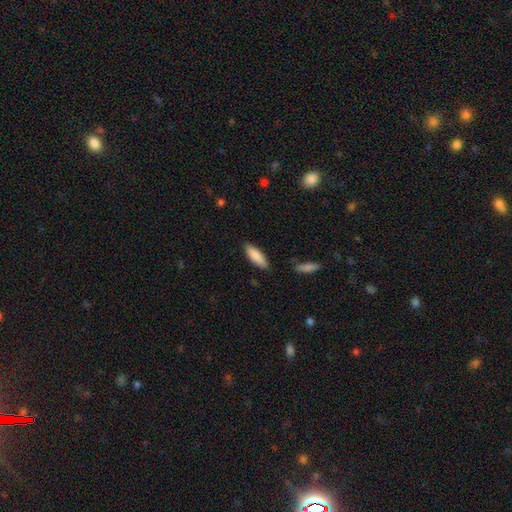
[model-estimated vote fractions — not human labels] smooth_or_featured: smooth (p=0.87) [alt: featured or disk p=0.08]
how_rounded: in between (p=0.57) [alt: cigar-shaped p=0.41]
merging: none (p=0.84) [alt: minor disturbance p=0.11]